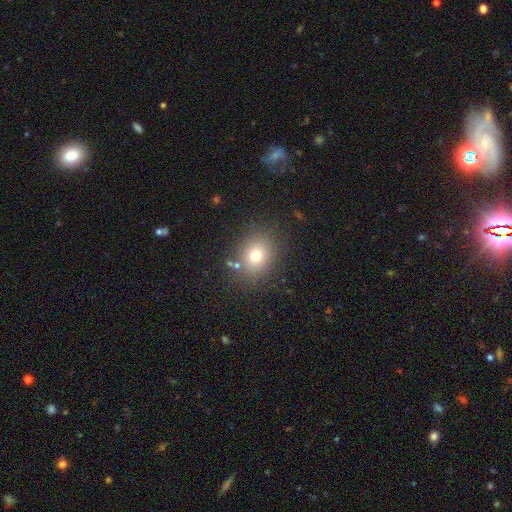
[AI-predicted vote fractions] Smooth or featured?
  - smooth: 72% *
  - star or artifact: 16%
  - featured or disk: 12%
How rounded?
  - round: 63% *
  - in between: 36%
  - cigar-shaped: 1%
Merging?
  - none: 81% *
  - minor disturbance: 10%
  - major disturbance: 4%
  - merger: 4%